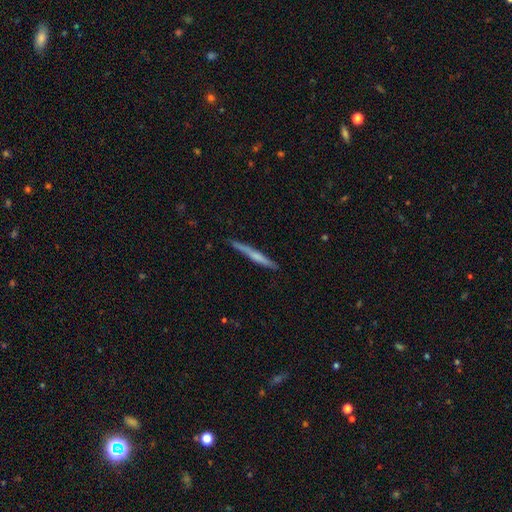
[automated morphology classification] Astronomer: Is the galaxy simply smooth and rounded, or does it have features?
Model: featured or disk — 50% (runner-up: smooth, 45%).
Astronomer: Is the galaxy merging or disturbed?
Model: none — 88%.